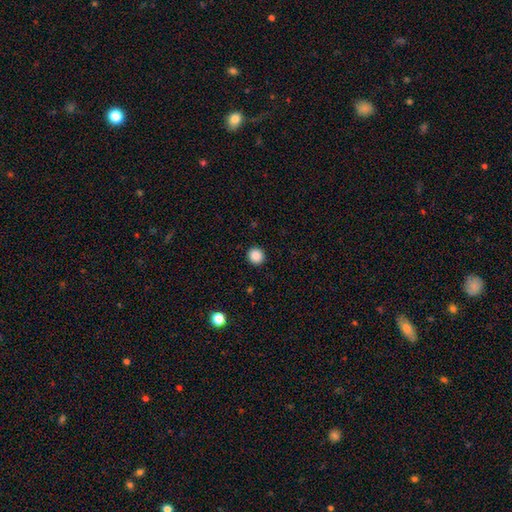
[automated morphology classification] Overall: smooth (88%). How rounded: round (94%). Merging: none (93%).